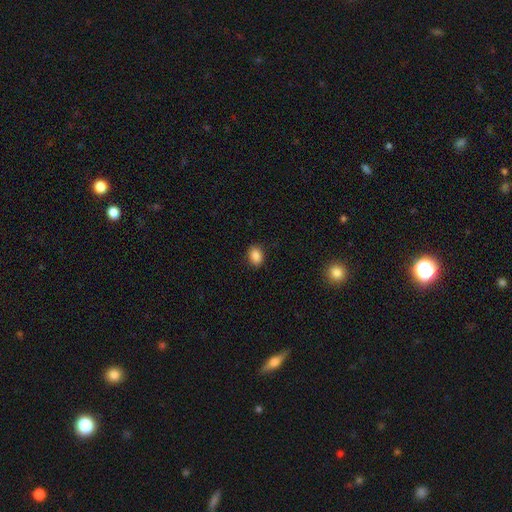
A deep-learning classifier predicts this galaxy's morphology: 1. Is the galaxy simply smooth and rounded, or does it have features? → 87% smooth, 9% star or artifact, 4% featured or disk.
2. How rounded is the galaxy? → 68% in between, 31% round, 1% cigar-shaped.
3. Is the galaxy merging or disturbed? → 89% none, 8% minor disturbance, 2% major disturbance, 1% merger.